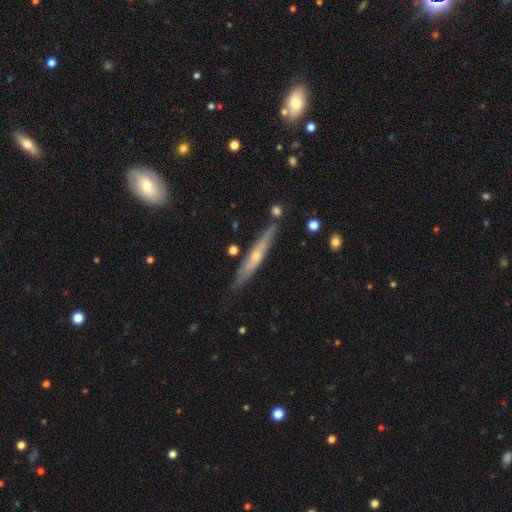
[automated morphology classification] A featured or disk galaxy (62%) viewed edge-on (92%) with a rounded central bulge (68%).

Vote fractions:
- Smooth or featured? featured or disk: 62% / smooth: 32% / star or artifact: 7%
- Edge-on disk? yes: 92% / no: 8%
- Edge-on bulge? rounded: 68% / none: 29% / boxy: 3%
- Merging? none: 83% / minor disturbance: 12% / merger: 3% / major disturbance: 2%